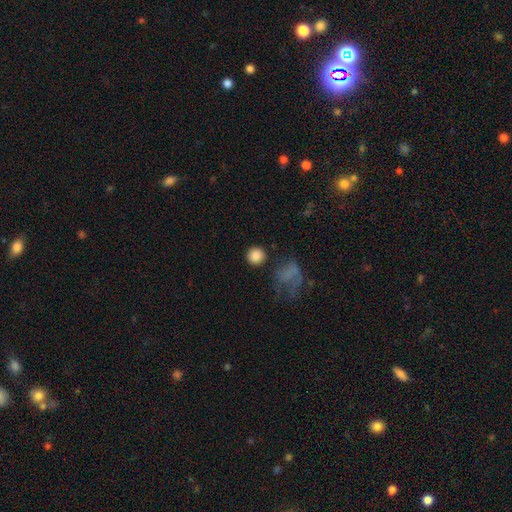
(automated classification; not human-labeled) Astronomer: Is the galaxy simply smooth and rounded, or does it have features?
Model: smooth — 86%.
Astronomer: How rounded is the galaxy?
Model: round — 92%.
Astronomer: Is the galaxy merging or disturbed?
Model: none — 82%.